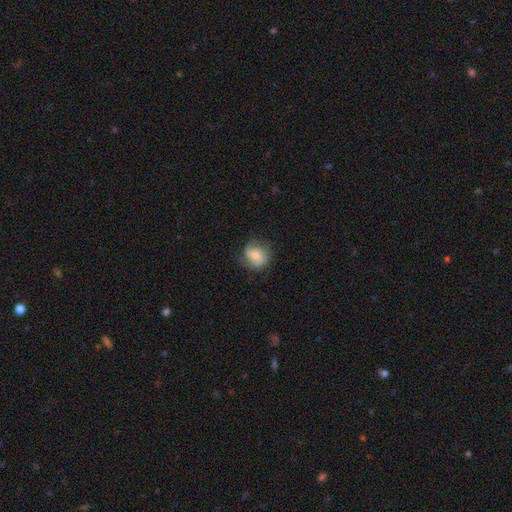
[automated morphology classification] Smooth or featured? smooth (48%)
Merging? none (61%)